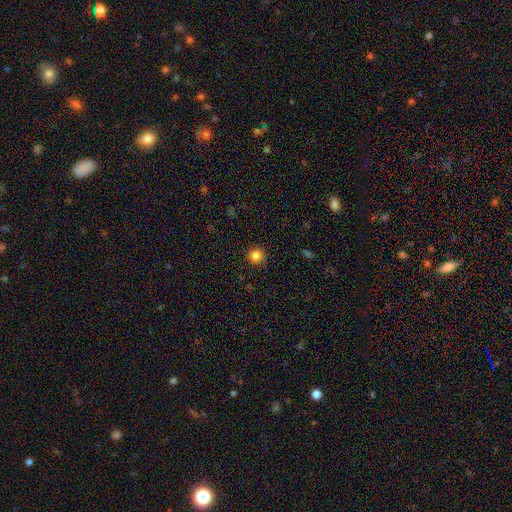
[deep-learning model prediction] smooth-or-featured: smooth: 84% | star or artifact: 12% | featured or disk: 4%
  how-rounded: round: 95% | in between: 4% | cigar-shaped: 1%
  merging: none: 90% | minor disturbance: 7% | major disturbance: 2% | merger: 1%